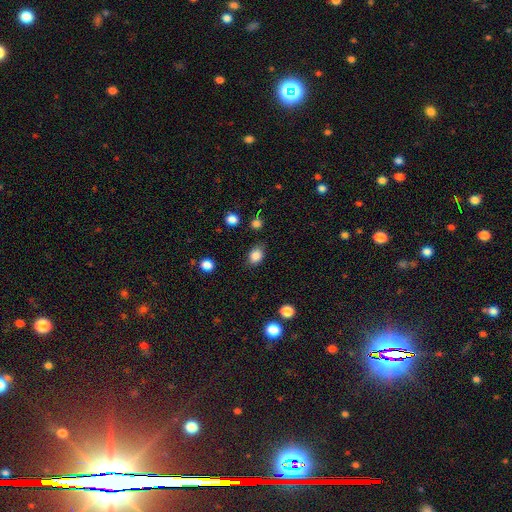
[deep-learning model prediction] Q: Smooth or featured?
A: smooth (85%); runner-up: star or artifact (10%)
Q: How rounded?
A: in between (66%); runner-up: round (33%)
Q: Merging?
A: none (79%); runner-up: minor disturbance (15%)